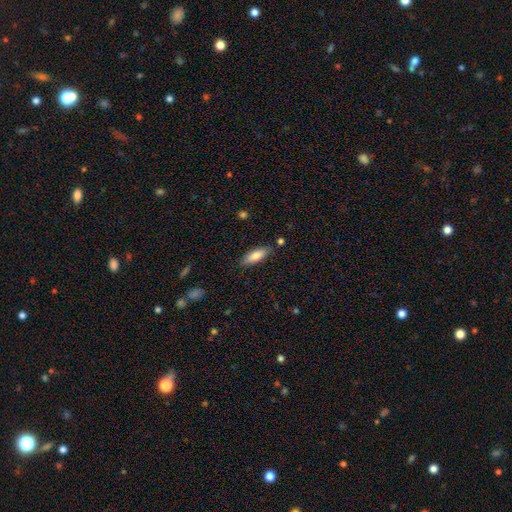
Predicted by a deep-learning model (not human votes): Q: Smooth or featured?
A: smooth (78%); runner-up: featured or disk (16%)
Q: How rounded?
A: in between (61%); runner-up: cigar-shaped (37%)
Q: Merging?
A: none (81%); runner-up: minor disturbance (13%)